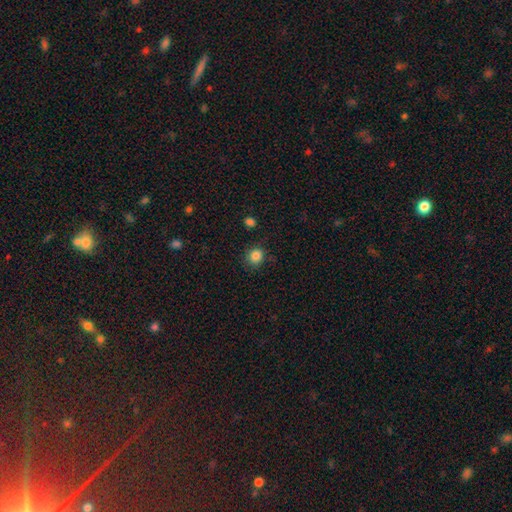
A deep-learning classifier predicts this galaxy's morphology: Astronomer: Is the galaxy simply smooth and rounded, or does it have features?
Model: smooth — 85%.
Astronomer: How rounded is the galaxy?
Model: round — 82%.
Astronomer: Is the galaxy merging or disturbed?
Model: none — 84%.